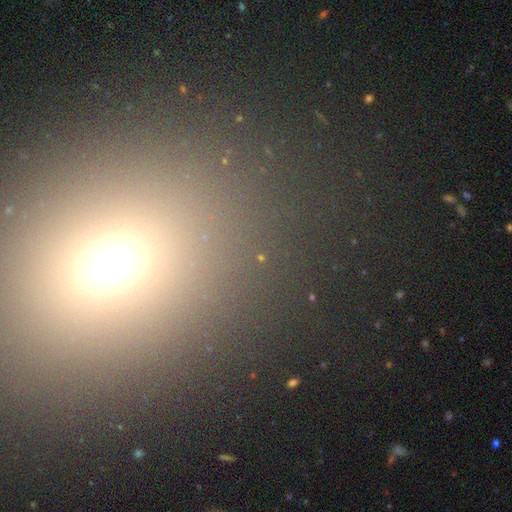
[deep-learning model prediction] Q: Smooth or featured?
A: smooth (53%); runner-up: star or artifact (37%)
Q: How rounded?
A: round (60%); runner-up: in between (38%)
Q: Merging?
A: none (85%); runner-up: minor disturbance (7%)